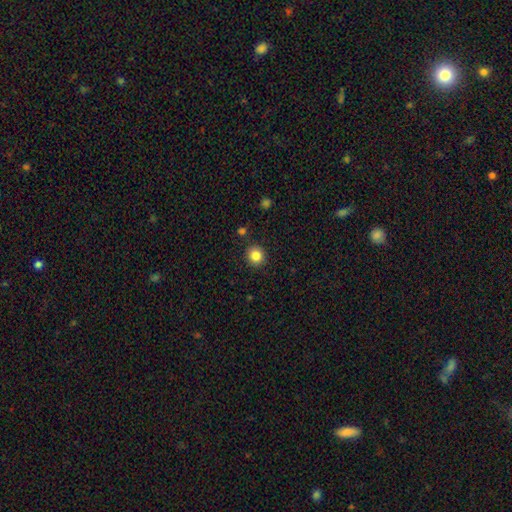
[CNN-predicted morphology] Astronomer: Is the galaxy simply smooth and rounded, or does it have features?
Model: smooth — 85%.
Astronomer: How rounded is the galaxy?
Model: round — 91%.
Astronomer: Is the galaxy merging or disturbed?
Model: none — 90%.